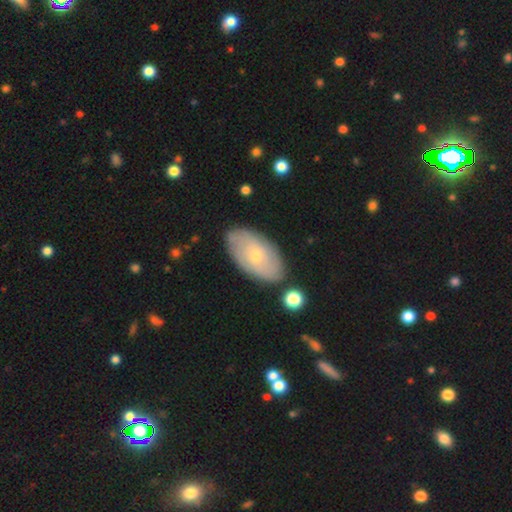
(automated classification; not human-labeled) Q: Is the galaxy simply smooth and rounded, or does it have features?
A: featured or disk — 47%.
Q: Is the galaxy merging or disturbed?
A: none — 82%.